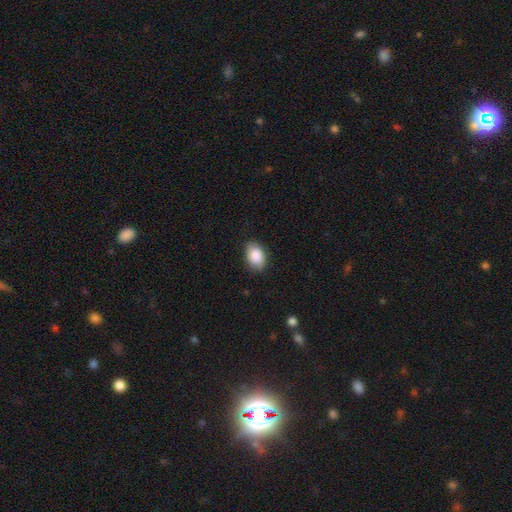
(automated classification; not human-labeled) smooth 89%, star or artifact 7%, featured or disk 4%. Down the decision tree: how rounded — in between (85%); merging — none (84%).